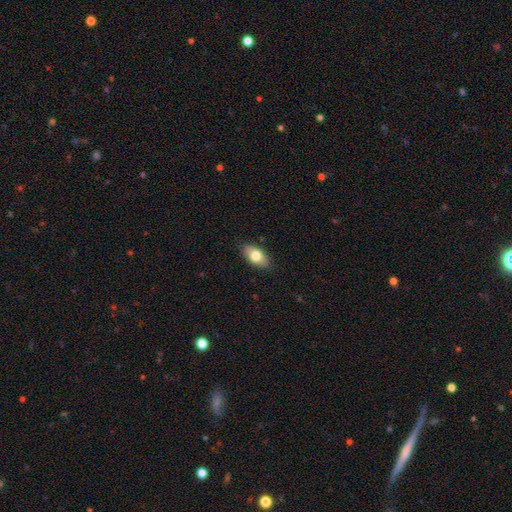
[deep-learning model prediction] Q: Smooth or featured?
A: smooth (75%); runner-up: featured or disk (18%)
Q: How rounded?
A: in between (90%); runner-up: round (5%)
Q: Merging?
A: none (86%); runner-up: minor disturbance (10%)